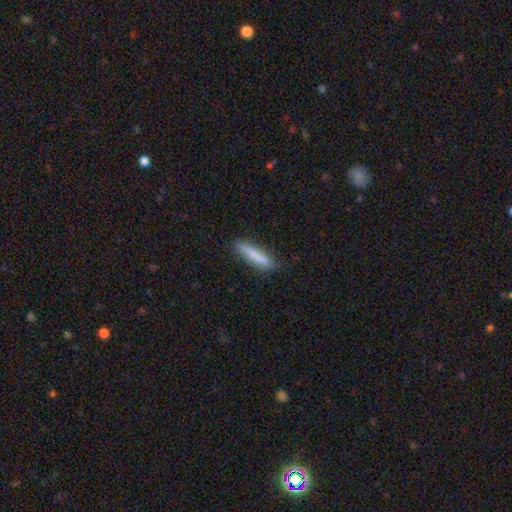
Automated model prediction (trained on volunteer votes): Morphology: type=smooth (81%); roundness=cigar-shaped (87%); merging=none (85%).